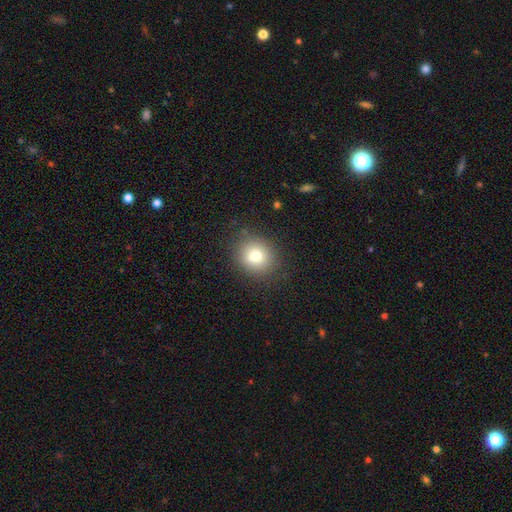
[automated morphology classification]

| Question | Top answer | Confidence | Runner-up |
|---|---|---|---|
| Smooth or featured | smooth | 78% | star or artifact (12%) |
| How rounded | round | 81% | in between (18%) |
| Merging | none | 85% | minor disturbance (10%) |